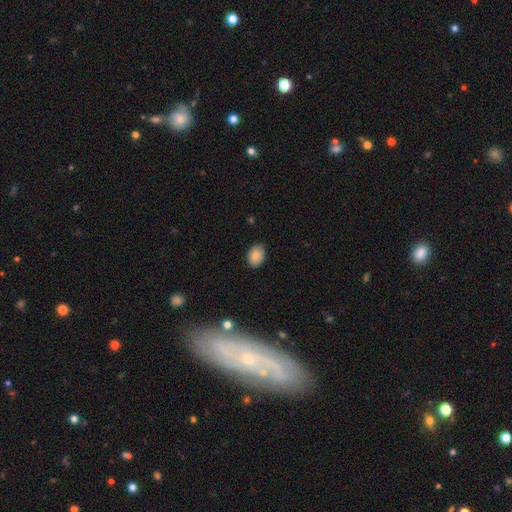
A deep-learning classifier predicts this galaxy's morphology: This is clearly a smooth galaxy (85%). How rounded: likely in between (78%). Merging: clearly none (83%).